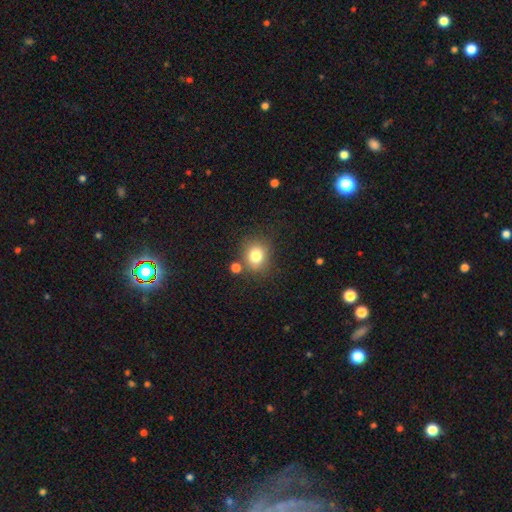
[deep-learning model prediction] A smooth galaxy with no disk features (79%) that is round (72%). Merging: none (72%).